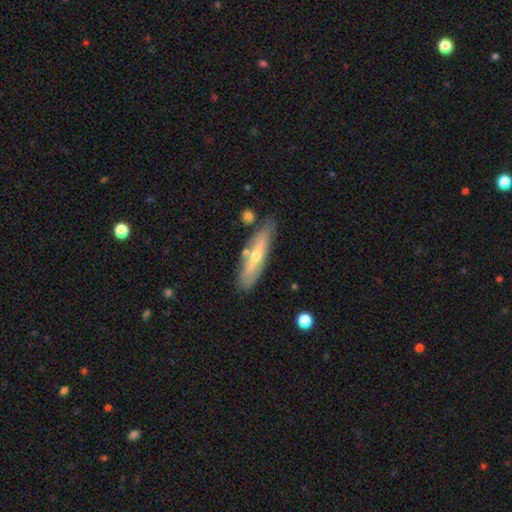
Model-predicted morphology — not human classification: Smooth or featured? Predicted: featured or disk (p=0.52). Edge-on disk? Predicted: yes (p=0.65). Merging? Predicted: none (p=0.74).